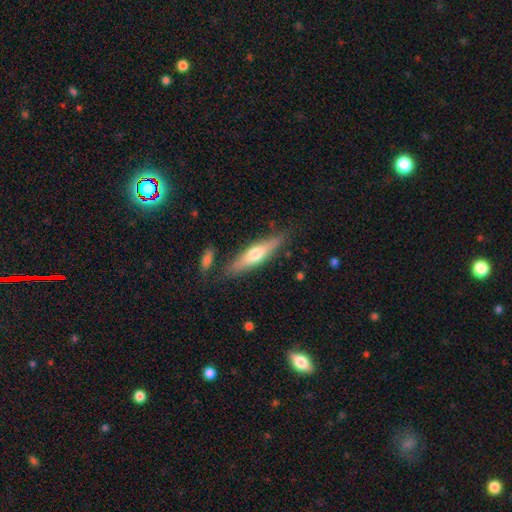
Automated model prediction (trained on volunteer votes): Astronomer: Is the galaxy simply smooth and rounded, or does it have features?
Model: featured or disk — 50% (runner-up: smooth, 44%).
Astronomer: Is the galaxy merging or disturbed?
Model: none — 82%.